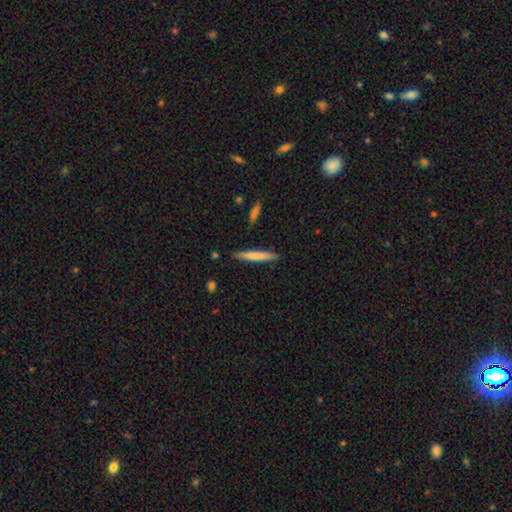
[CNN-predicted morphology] Smooth or featured? smooth (74%)
How rounded? cigar-shaped (95%)
Merging? none (89%)